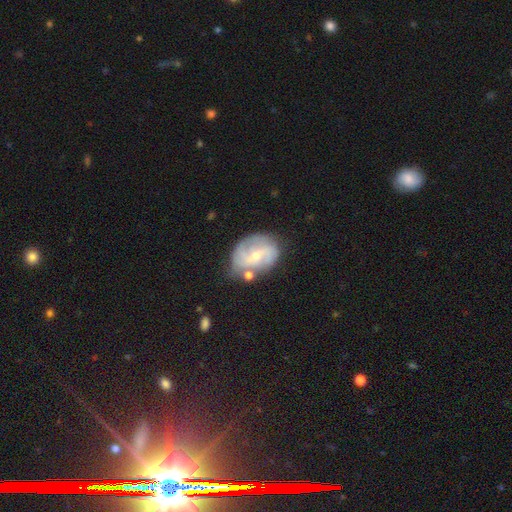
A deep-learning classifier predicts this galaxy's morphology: The model was most divided on "bar": no: 45%, weak: 42%, strong: 12%. Remaining: edge-on disk — no (97%); spiral arms — yes (89%); smooth or featured — featured or disk (75%); bulge size — small (63%); merging — none (61%); spiral arm count — 2 (59%); spiral winding — medium (43%).